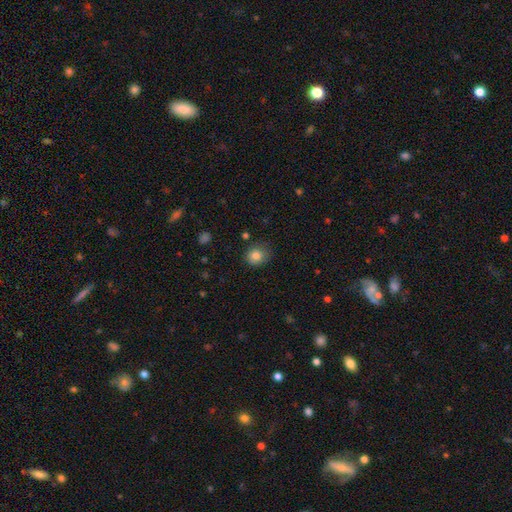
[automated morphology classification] Q: Smooth or featured?
A: smooth (82%); runner-up: star or artifact (11%)
Q: How rounded?
A: round (76%); runner-up: in between (23%)
Q: Merging?
A: none (75%); runner-up: minor disturbance (19%)